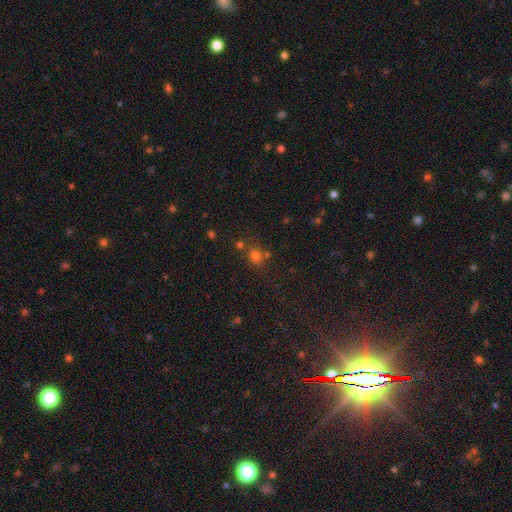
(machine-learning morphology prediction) A smooth galaxy with no disk features (66%) that is round (82%).

Vote fractions:
- Smooth or featured? smooth: 66% / star or artifact: 25% / featured or disk: 9%
- How rounded? round: 82% / in between: 17% / cigar-shaped: 1%
- Merging? none: 66% / merger: 19% / minor disturbance: 10% / major disturbance: 4%